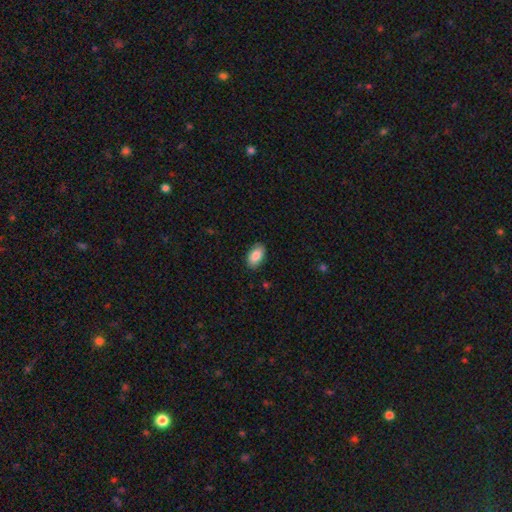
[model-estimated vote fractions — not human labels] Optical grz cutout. It shows a smooth galaxy with no disk features (88%) that is in between round and cigar-shaped (94%). Merging: none (87%).